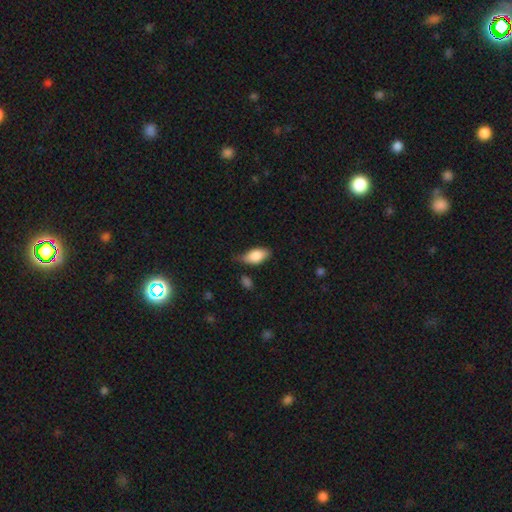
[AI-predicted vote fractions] Smooth or featured: smooth — 82% (featured or disk — 12%)
How rounded: in between — 89% (cigar-shaped — 8%)
Merging: none — 55% (minor disturbance — 34%)